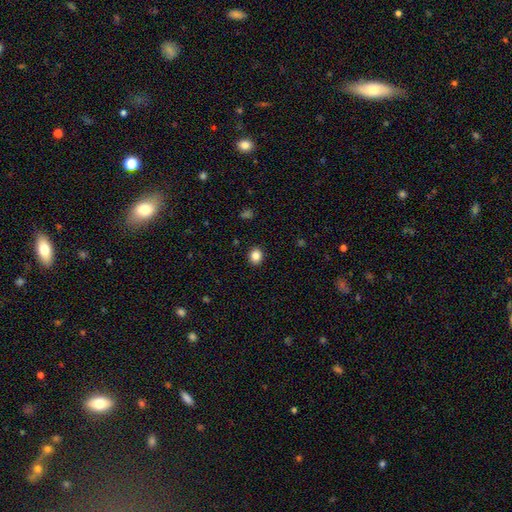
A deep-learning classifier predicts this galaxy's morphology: A smooth galaxy with no disk features (86%) that is round (66%).

Vote fractions:
- Smooth or featured? smooth: 86% / star or artifact: 10% / featured or disk: 4%
- How rounded? round: 66% / in between: 34% / cigar-shaped: 1%
- Merging? none: 91% / minor disturbance: 6% / major disturbance: 2% / merger: 1%